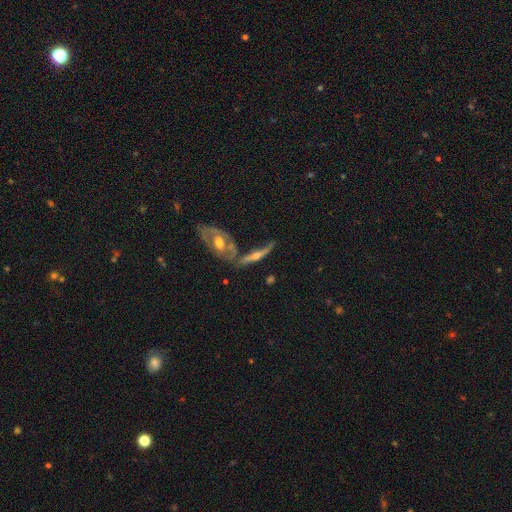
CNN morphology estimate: Overall: featured or disk (71%). Edge-on disk: yes (83%). Edge-on bulge: rounded (89%). Merging: none (47%; merger 26%).